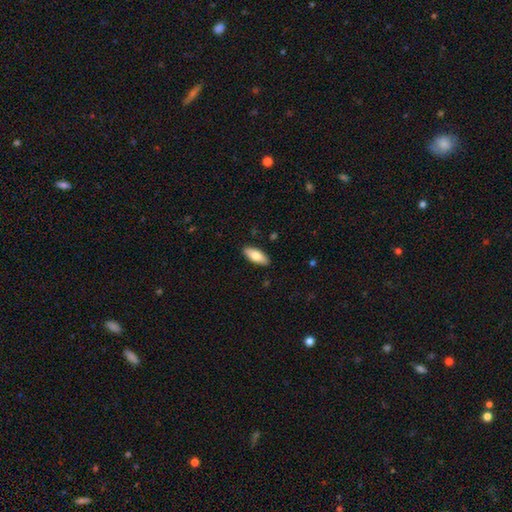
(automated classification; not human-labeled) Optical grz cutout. It shows a smooth galaxy with no disk features (77%) that is in between round and cigar-shaped (78%). Merging: none (90%).